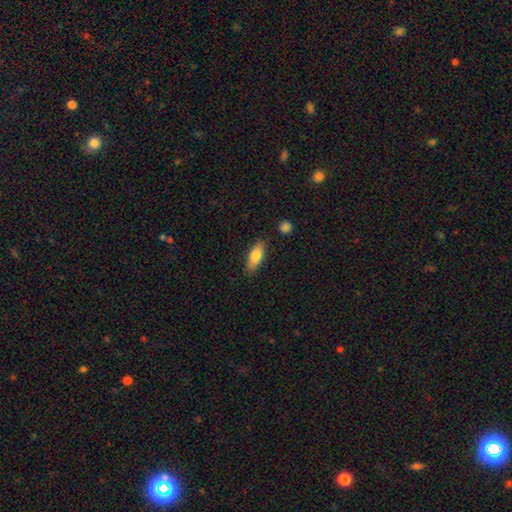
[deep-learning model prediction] Smooth or featured: smooth — 76% (featured or disk — 17%)
How rounded: in between — 71% (cigar-shaped — 27%)
Merging: none — 84% (minor disturbance — 12%)